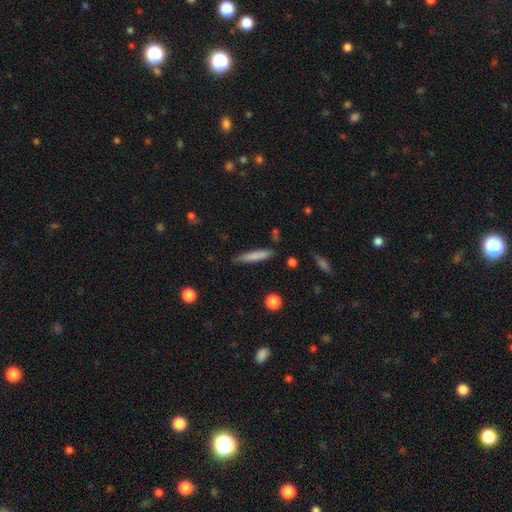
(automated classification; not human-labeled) Smooth or featured: smooth — 76% (featured or disk — 18%)
How rounded: cigar-shaped — 89% (in between — 9%)
Merging: none — 82% (minor disturbance — 13%)